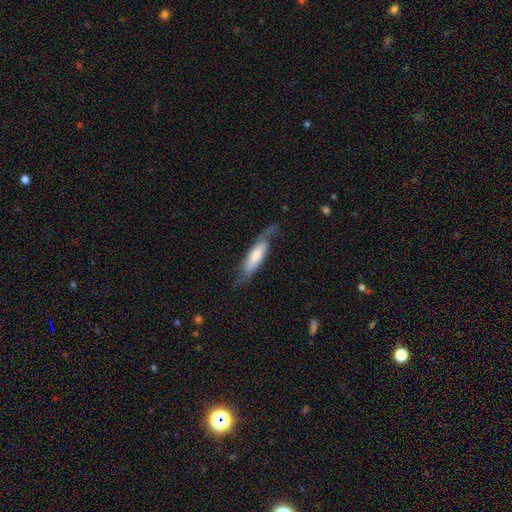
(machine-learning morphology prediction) type=smooth (57%); roundness=cigar-shaped (57%); merging=none (55%).